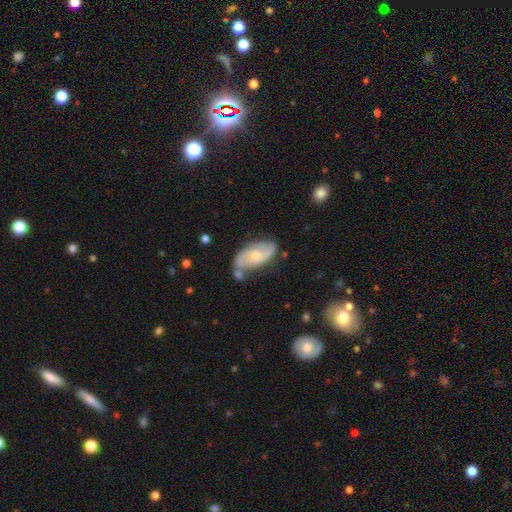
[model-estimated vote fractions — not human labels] A featured or disk galaxy (76%) with no bar (58%), 2 (85%) medium (48%) spiral arms (92%) and a small central bulge (51%).

Vote fractions:
- Smooth or featured? featured or disk: 76% / smooth: 18% / star or artifact: 6%
- Edge-on disk? no: 95% / yes: 5%
- Bar? no: 58% / weak: 35% / strong: 6%
- Spiral arms? yes: 92% / no: 8%
- Spiral winding? medium: 48% / tight: 27% / loose: 26%
- Spiral arm count? 2: 85% / can't tell: 8% / 1: 2% / 3: 2% / 4: 1% / more than 4: 1%
- Bulge size? small: 51% / moderate: 41% / none: 5% / large: 2% / dominant: 1%
- Merging? none: 58% / minor disturbance: 23% / merger: 12% / major disturbance: 8%